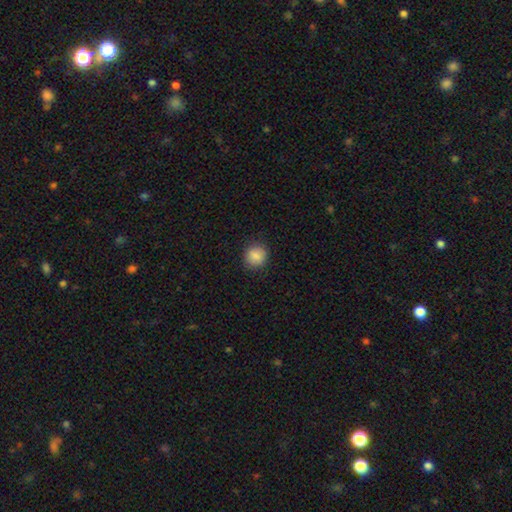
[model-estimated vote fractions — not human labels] This appears to be a smooth galaxy with no disk features (87%) that is round (87%). Merging: none (88%).